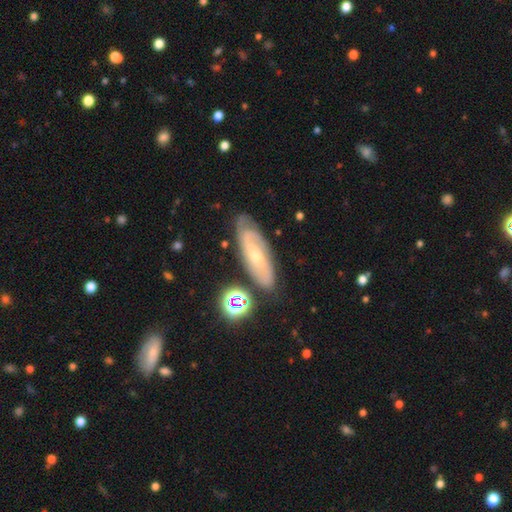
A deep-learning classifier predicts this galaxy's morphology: Smooth or featured? Predicted: featured or disk (p=0.69). Edge-on disk? Predicted: no (p=0.84). Bar? Predicted: no (p=0.63). Spiral arms? Predicted: yes (p=0.88). Spiral winding? Predicted: tight (p=0.56). Spiral arm count? Predicted: can't tell (p=0.43). Bulge size? Predicted: small (p=0.66). Merging? Predicted: none (p=0.72).